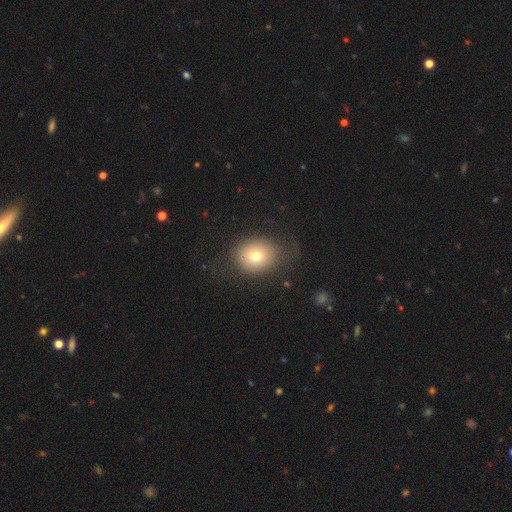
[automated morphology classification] type=smooth (72%); roundness=round (70%); merging=none (73%).